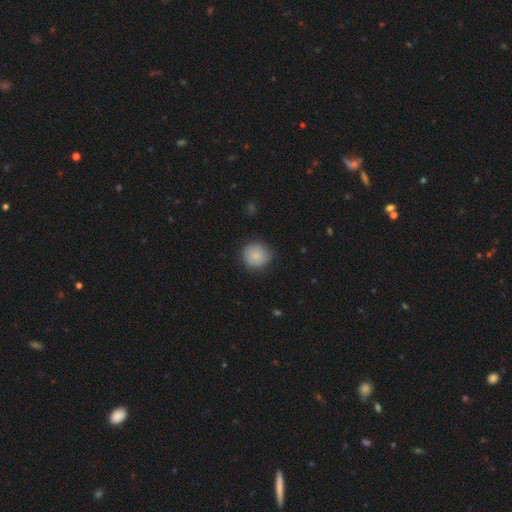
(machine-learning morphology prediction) type=smooth (86%); roundness=round (91%); merging=none (85%).